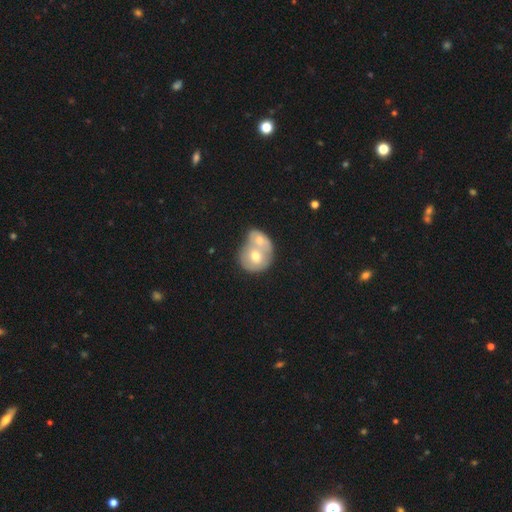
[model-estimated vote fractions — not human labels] This is possibly a smooth galaxy (59%). How rounded: likely round (74%). Merging: likely merger (74%).